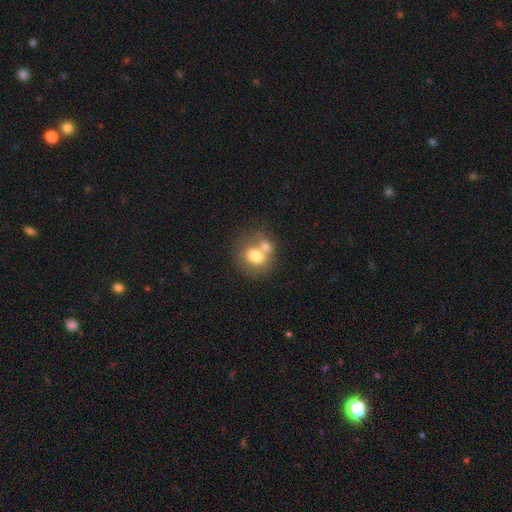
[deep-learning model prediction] Smooth or featured?
  - smooth: 73% *
  - featured or disk: 18%
  - star or artifact: 9%
How rounded?
  - round: 64% *
  - in between: 35%
  - cigar-shaped: 1%
Merging?
  - merger: 46% *
  - none: 39%
  - minor disturbance: 10%
  - major disturbance: 5%